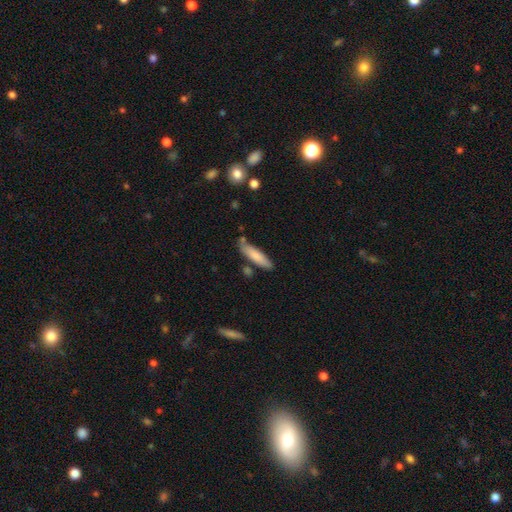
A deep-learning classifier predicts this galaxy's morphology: Overall: smooth (80%). How rounded: cigar-shaped (72%). Merging: none (72%).